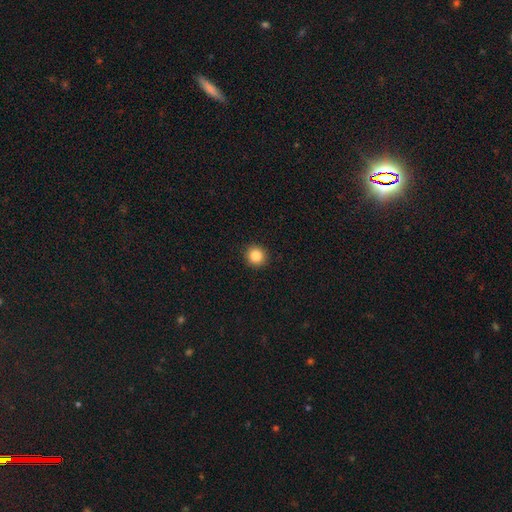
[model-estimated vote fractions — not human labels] This is clearly a smooth galaxy (86%). How rounded: clearly round (93%). Merging: clearly none (93%).